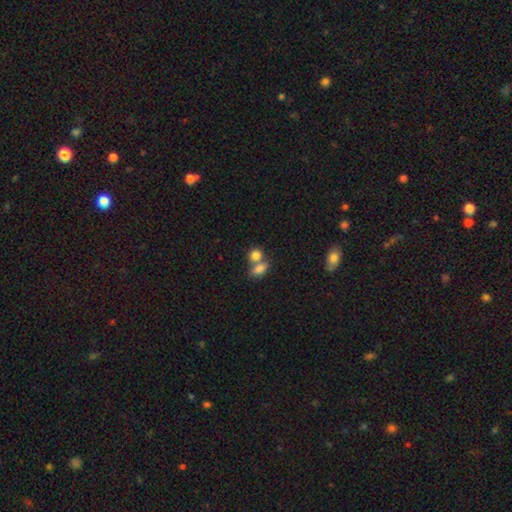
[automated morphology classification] The model was most divided on "merging": merger: 54%, none: 35%, minor disturbance: 8%, major disturbance: 4%. More confident: smooth or featured — smooth (83%); how rounded — in between (59%).